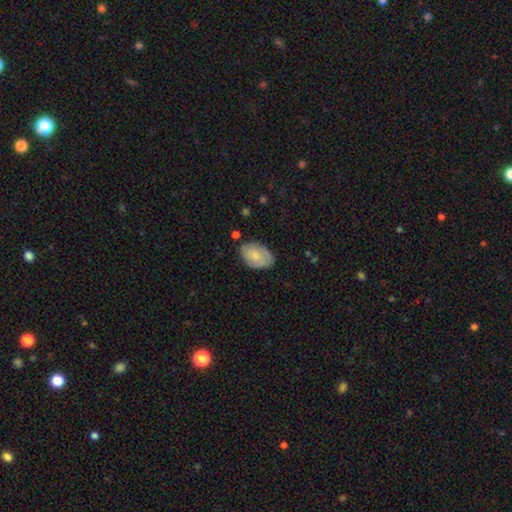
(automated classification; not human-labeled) Smooth or featured? smooth (60%)
How rounded? in between (89%)
Merging? none (74%)